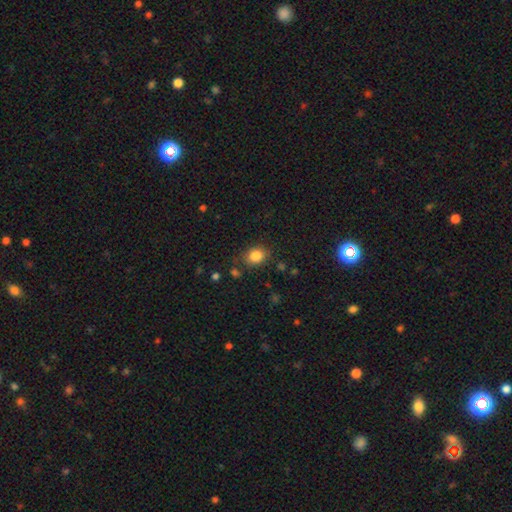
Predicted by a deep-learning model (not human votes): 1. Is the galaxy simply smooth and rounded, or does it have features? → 84% smooth, 10% star or artifact, 6% featured or disk.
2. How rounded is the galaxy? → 52% round, 47% in between, 1% cigar-shaped.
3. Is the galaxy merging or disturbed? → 81% none, 13% minor disturbance, 4% major disturbance, 3% merger.